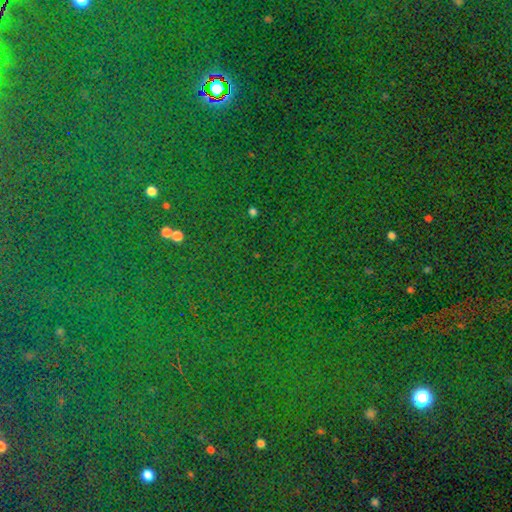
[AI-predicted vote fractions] Smooth or featured?
  - star or artifact: 83% *
  - smooth: 10%
  - featured or disk: 8%